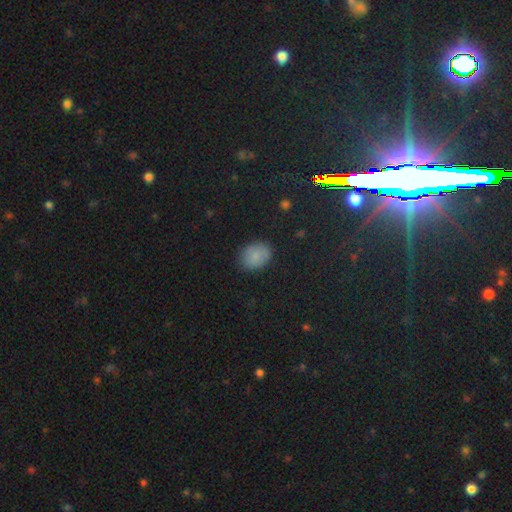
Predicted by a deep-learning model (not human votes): This appears to be a smooth galaxy with no disk features (82%) that is in between round and cigar-shaped (65%). Merging: none (83%).